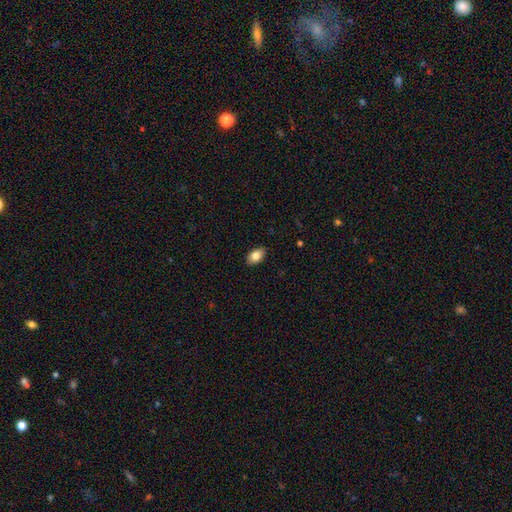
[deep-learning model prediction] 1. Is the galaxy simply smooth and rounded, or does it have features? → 82% smooth, 10% featured or disk, 8% star or artifact.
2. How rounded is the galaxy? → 91% in between, 8% round, 2% cigar-shaped.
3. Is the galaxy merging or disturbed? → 88% none, 9% minor disturbance, 2% major disturbance, 1% merger.